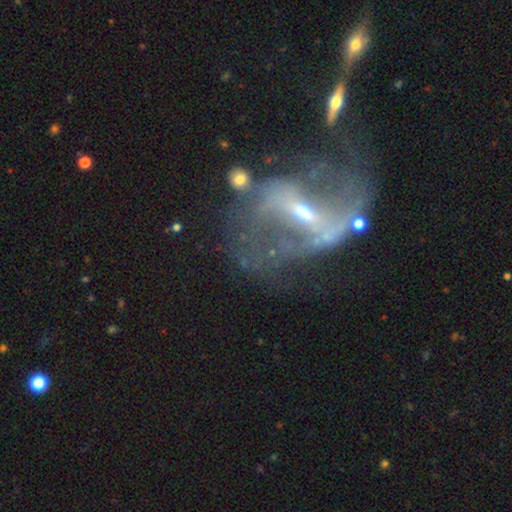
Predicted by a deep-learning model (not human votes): The model was most divided on "merging": major disturbance: 37%, none: 35%, minor disturbance: 18%, merger: 10%. Remaining: edge-on disk — no (95%); smooth or featured — featured or disk (81%); spiral arm count — 2 (73%); spiral arms — yes (72%); bulge size — small (66%); spiral winding — loose (59%); bar — strong (46%).